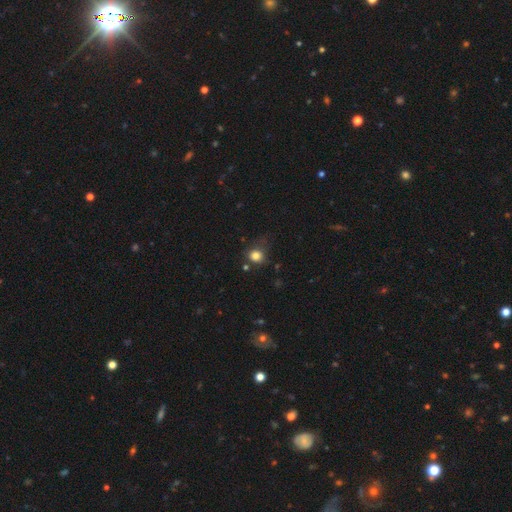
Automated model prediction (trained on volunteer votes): A smooth galaxy with no disk features (81%) that is round (74%).

Vote fractions:
- Smooth or featured? smooth: 81% / star or artifact: 13% / featured or disk: 6%
- How rounded? round: 74% / in between: 25% / cigar-shaped: 1%
- Merging? none: 60% / minor disturbance: 24% / major disturbance: 12% / merger: 4%